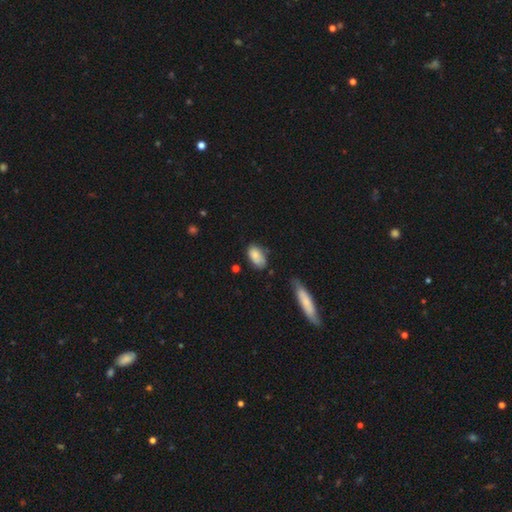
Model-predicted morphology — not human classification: Q: Smooth or featured?
A: smooth (80%); runner-up: featured or disk (13%)
Q: How rounded?
A: in between (92%); runner-up: round (5%)
Q: Merging?
A: none (55%); runner-up: minor disturbance (33%)